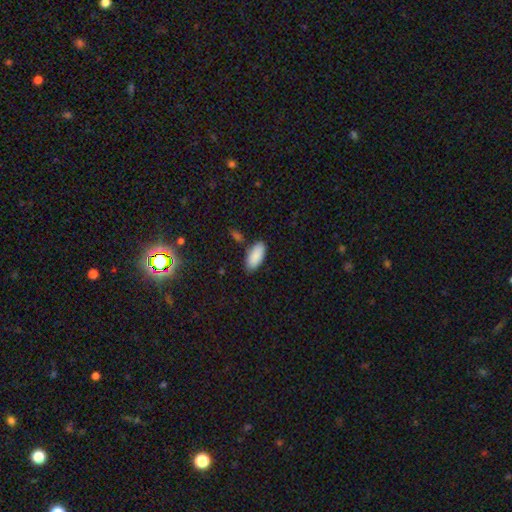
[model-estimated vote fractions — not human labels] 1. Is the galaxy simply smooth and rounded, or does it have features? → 90% smooth, 6% star or artifact, 4% featured or disk.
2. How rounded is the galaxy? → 89% in between, 9% cigar-shaped, 2% round.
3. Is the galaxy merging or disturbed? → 81% none, 12% minor disturbance, 5% merger, 3% major disturbance.